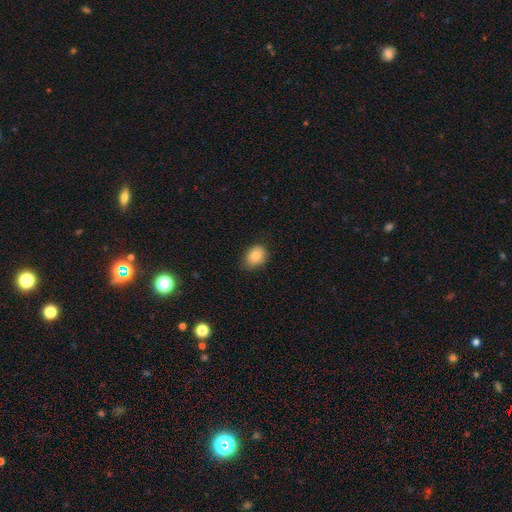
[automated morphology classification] smooth_or_featured: smooth (p=0.83) [alt: featured or disk p=0.09]
how_rounded: in between (p=0.61) [alt: round p=0.38]
merging: none (p=0.76) [alt: minor disturbance p=0.20]